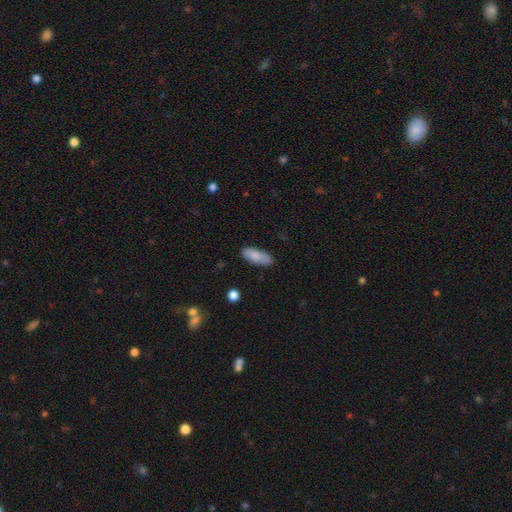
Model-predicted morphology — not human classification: The model was most divided on "how rounded": in between: 79%, cigar-shaped: 19%, round: 2%. More confident: merging — none (81%); smooth or featured — smooth (81%).